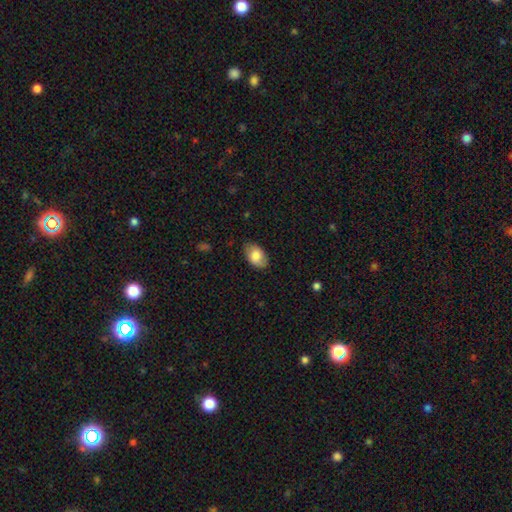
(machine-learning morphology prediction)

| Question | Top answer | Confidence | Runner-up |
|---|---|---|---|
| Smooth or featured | smooth | 81% | featured or disk (12%) |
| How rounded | in between | 91% | round (8%) |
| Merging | none | 81% | minor disturbance (15%) |